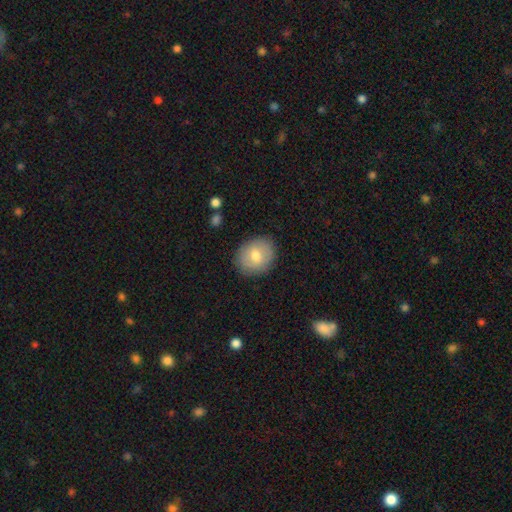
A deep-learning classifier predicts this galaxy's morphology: Smooth or featured?
  - smooth: 72% *
  - featured or disk: 20%
  - star or artifact: 8%
How rounded?
  - round: 69% *
  - in between: 30%
  - cigar-shaped: 1%
Merging?
  - none: 87% *
  - minor disturbance: 9%
  - major disturbance: 3%
  - merger: 1%